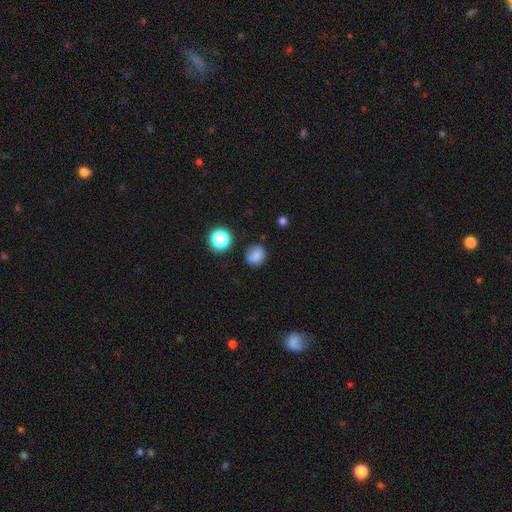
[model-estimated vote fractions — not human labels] Smooth or featured: smooth — 80% (star or artifact — 13%)
How rounded: round — 73% (in between — 26%)
Merging: none — 76% (minor disturbance — 16%)